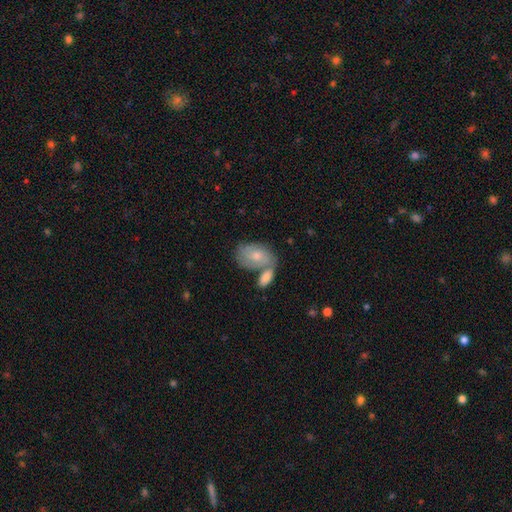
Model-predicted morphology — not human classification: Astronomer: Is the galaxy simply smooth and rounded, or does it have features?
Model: smooth — 64%.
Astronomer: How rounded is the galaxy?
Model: in between — 87%.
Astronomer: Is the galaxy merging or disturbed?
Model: merger — 43% (runner-up: none, 35%).